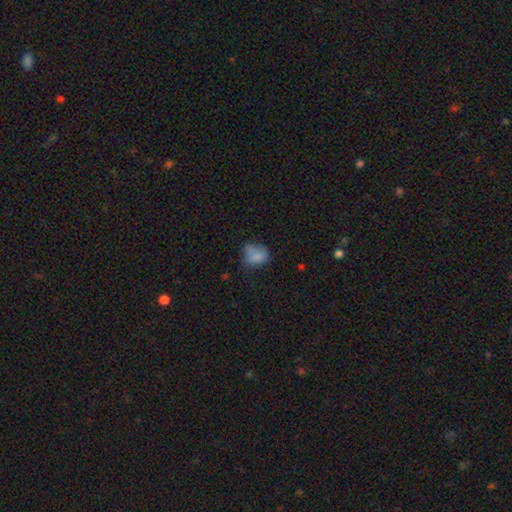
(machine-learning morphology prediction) The model was most divided on "merging": none: 40%, minor disturbance: 32%, major disturbance: 20%, merger: 7%. More confident: smooth or featured — smooth (74%); how rounded — in between (63%).